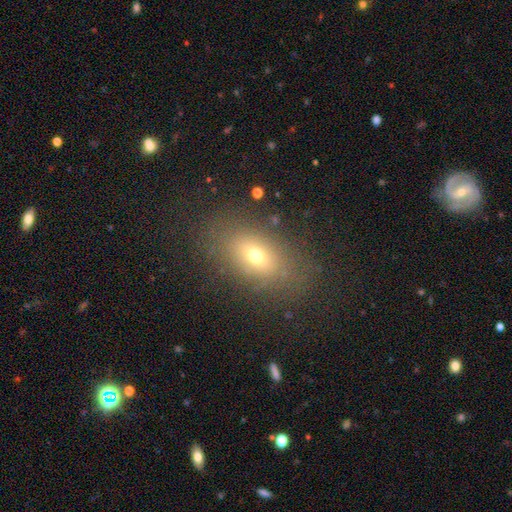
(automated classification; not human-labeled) This appears to be a smooth galaxy with no disk features (65%) that is in between round and cigar-shaped (81%). Merging: none (79%).